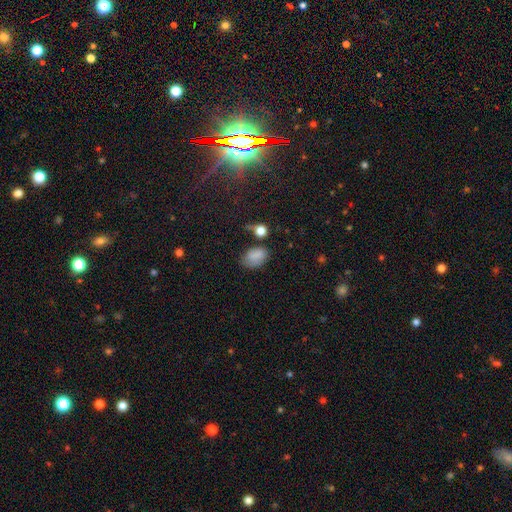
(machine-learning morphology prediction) Q: Smooth or featured?
A: smooth (77%); runner-up: star or artifact (12%)
Q: How rounded?
A: in between (84%); runner-up: round (15%)
Q: Merging?
A: none (49%); runner-up: minor disturbance (31%)